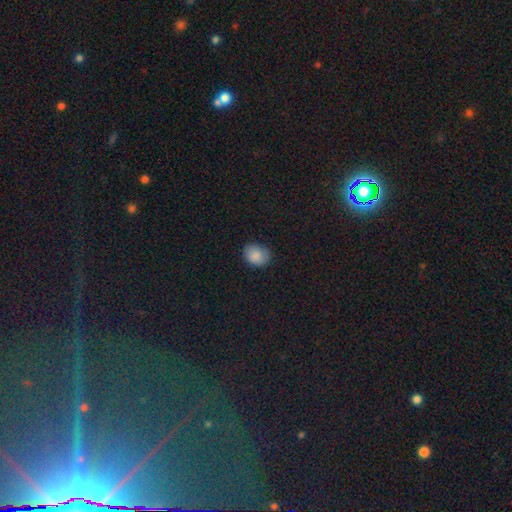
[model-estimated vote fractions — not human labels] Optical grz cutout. It shows a smooth galaxy with no disk features (86%) that is round (52%). Merging: none (78%).